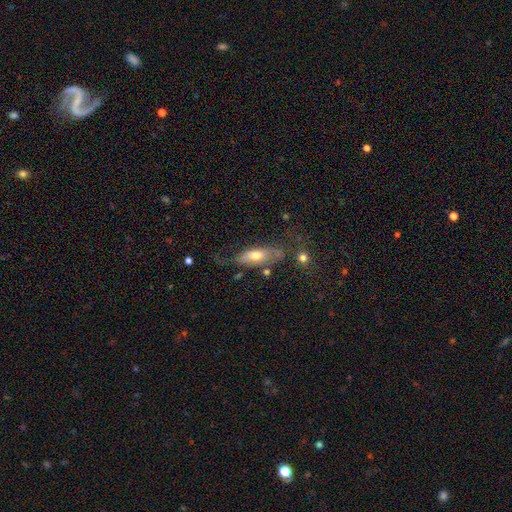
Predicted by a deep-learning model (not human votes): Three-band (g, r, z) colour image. It shows a smooth galaxy with no disk features (51%) that is in between round and cigar-shaped (66%). Merging: none (51%).